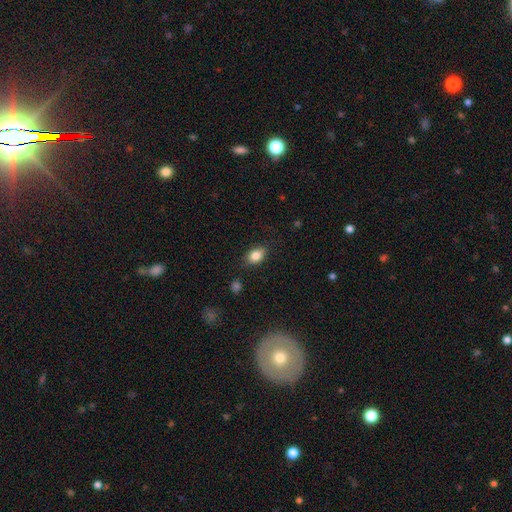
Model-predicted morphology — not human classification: smooth 83%, star or artifact 9%, featured or disk 8%. Down the decision tree: how rounded — in between (79%); merging — none (83%).